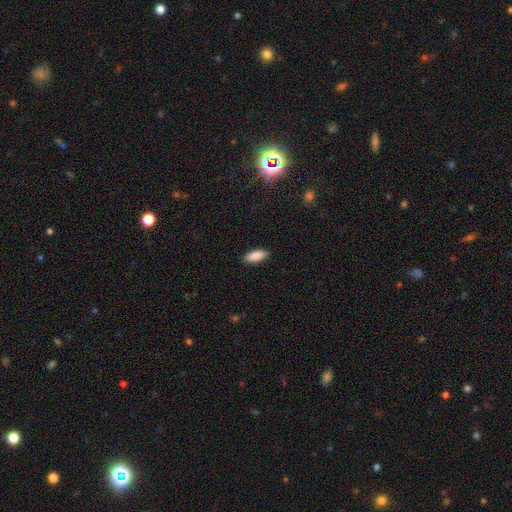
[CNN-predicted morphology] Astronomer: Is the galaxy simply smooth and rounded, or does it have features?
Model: smooth — 89%.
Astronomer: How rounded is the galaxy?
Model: in between — 78%.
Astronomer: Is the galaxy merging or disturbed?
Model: none — 88%.